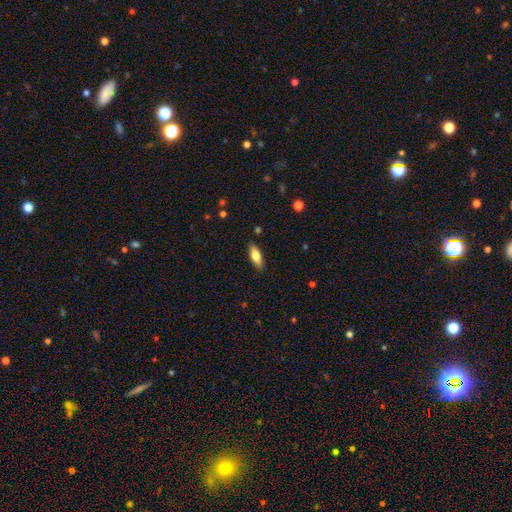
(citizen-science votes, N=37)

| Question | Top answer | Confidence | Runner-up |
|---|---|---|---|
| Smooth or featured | smooth | 70% | featured or disk (30%) |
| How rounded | cigar-shaped | 58% | in between (42%) |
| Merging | none | 89% | minor disturbance (8%) |